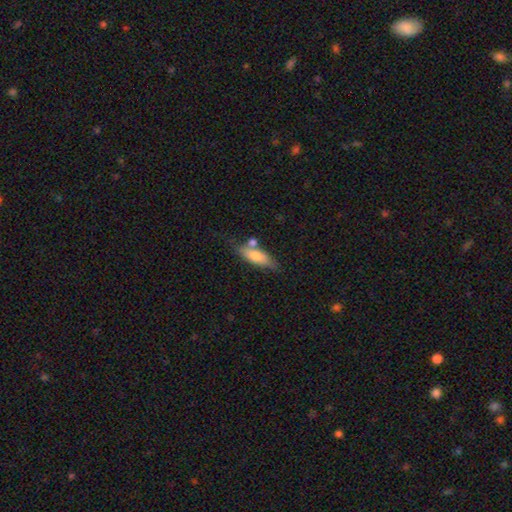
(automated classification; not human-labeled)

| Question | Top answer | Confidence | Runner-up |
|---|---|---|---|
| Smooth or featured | smooth | 70% | featured or disk (23%) |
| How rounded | in between | 58% | cigar-shaped (39%) |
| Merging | none | 57% | minor disturbance (20%) |